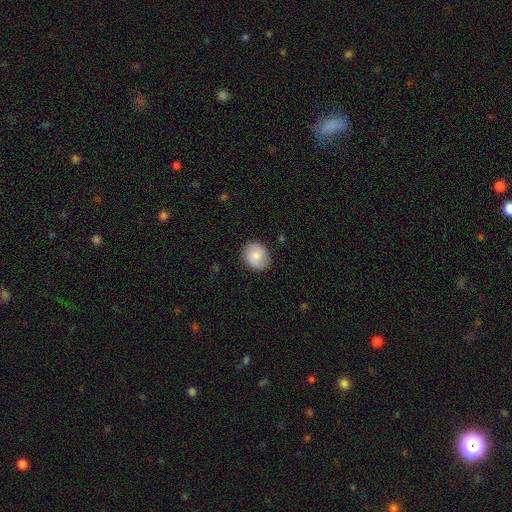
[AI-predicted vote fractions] Smooth or featured? smooth (79%)
How rounded? round (72%)
Merging? none (86%)